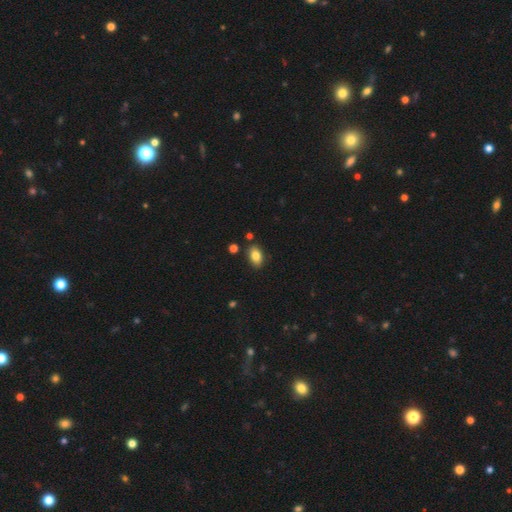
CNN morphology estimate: Smooth or featured? smooth (83%)
How rounded? in between (88%)
Merging? none (84%)